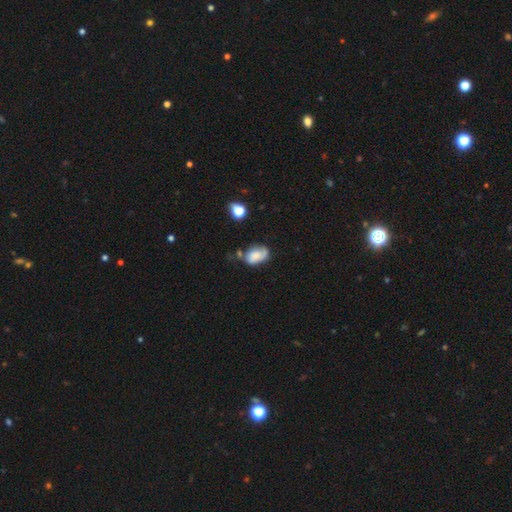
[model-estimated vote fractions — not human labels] Q: Smooth or featured?
A: smooth (60%); runner-up: featured or disk (30%)
Q: How rounded?
A: in between (84%); runner-up: round (14%)
Q: Merging?
A: none (41%); runner-up: minor disturbance (32%)